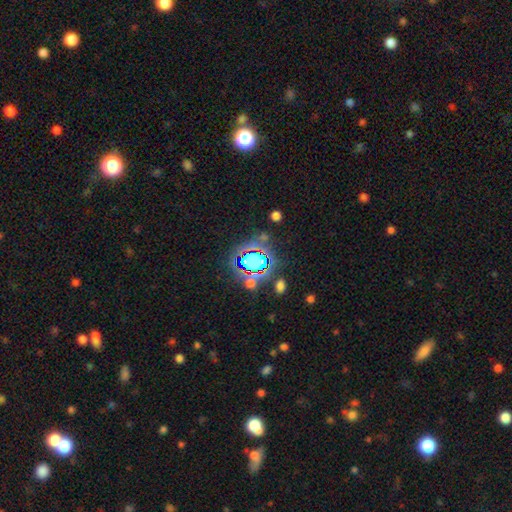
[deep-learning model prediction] Smooth or featured? star or artifact (78%)